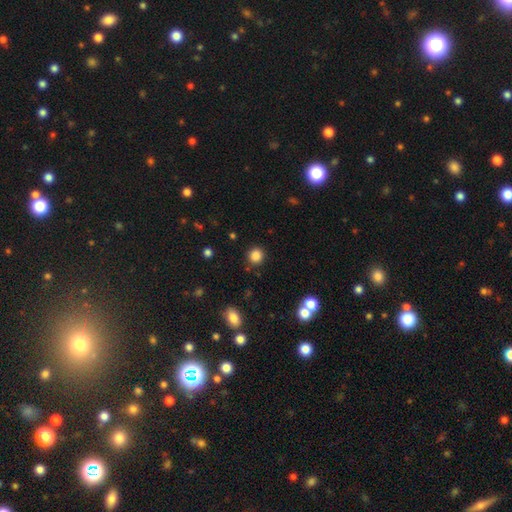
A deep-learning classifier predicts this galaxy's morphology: A smooth galaxy with no disk features (85%) that is round (91%).

Vote fractions:
- Smooth or featured? smooth: 85% / star or artifact: 11% / featured or disk: 4%
- How rounded? round: 91% / in between: 8% / cigar-shaped: 1%
- Merging? none: 89% / minor disturbance: 6% / merger: 2% / major disturbance: 2%